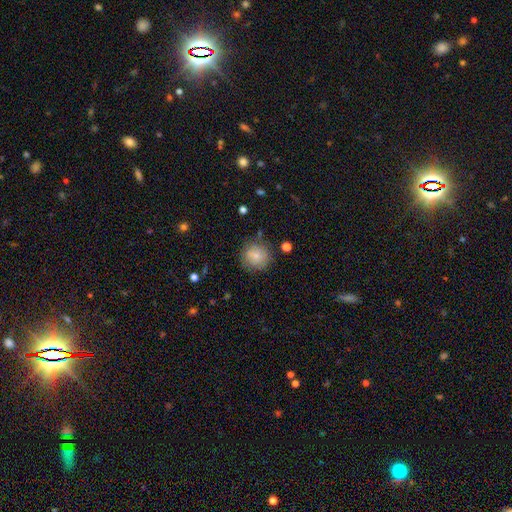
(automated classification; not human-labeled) Morphology: type=smooth (80%); roundness=round (91%); merging=none (79%).